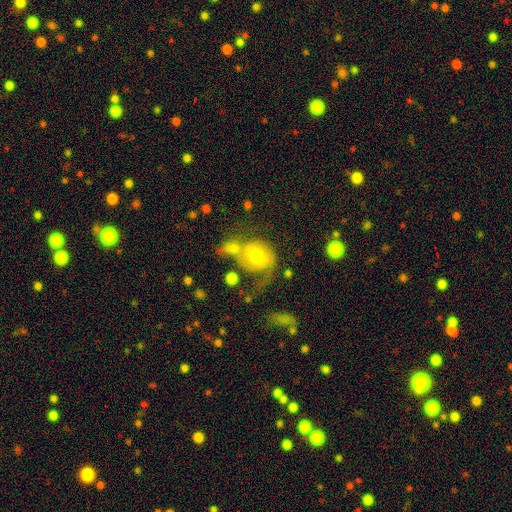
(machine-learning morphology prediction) This is possibly a featured or disk galaxy (53%). It is clearly not viewed edge-on (97%). Bar: likely no (73%). Spiral arm pattern: likely yes (76%). Central bulge: likely moderate (60%). Merging: marginally merger (34%).